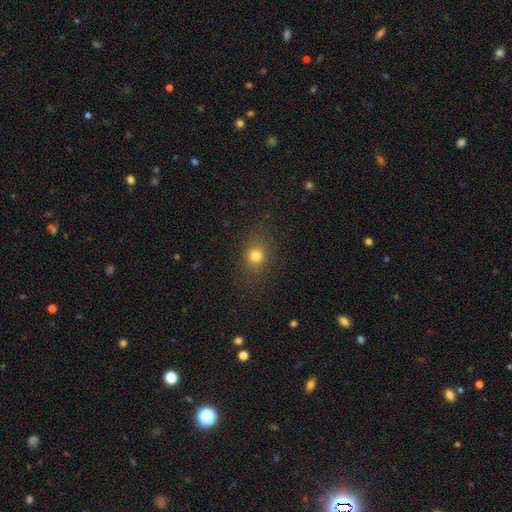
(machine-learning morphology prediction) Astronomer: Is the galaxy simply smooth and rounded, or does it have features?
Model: smooth — 78%.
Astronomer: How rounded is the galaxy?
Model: round — 66%.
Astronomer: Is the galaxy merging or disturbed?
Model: none — 83%.